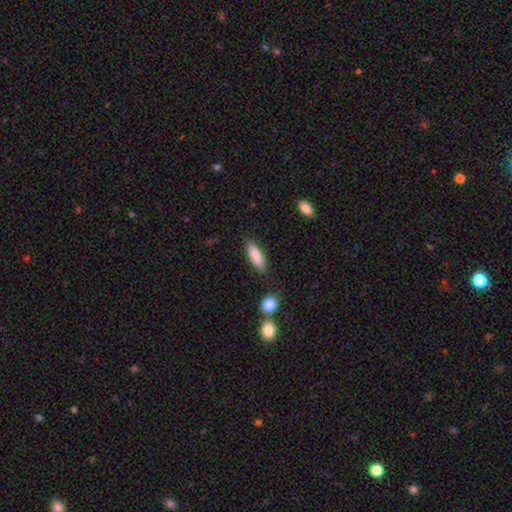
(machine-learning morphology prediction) Overall: smooth (86%). How rounded: in between (56%; cigar-shaped 42%). Merging: none (84%).